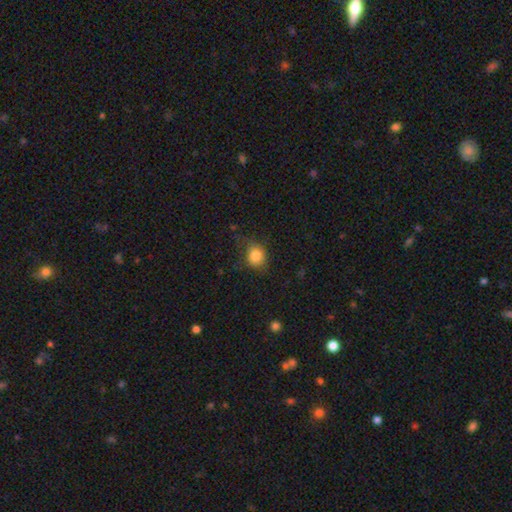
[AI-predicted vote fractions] smooth-or-featured: smooth: 82% | star or artifact: 10% | featured or disk: 8%
  how-rounded: round: 71% | in between: 28% | cigar-shaped: 1%
  merging: none: 62% | minor disturbance: 25% | major disturbance: 11% | merger: 2%